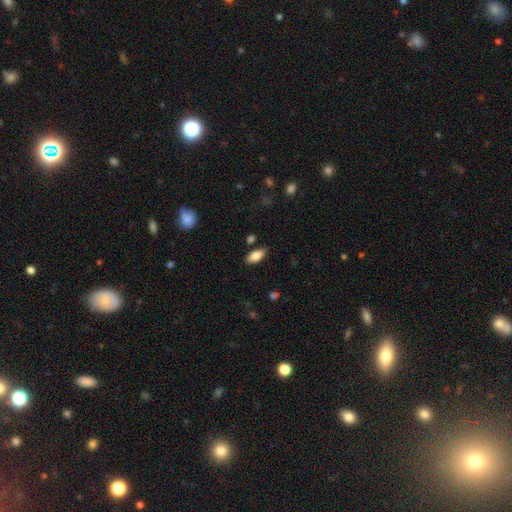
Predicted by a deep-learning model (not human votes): This appears to be a smooth galaxy with no disk features (83%) that is in between round and cigar-shaped (88%). Merging: none (85%).